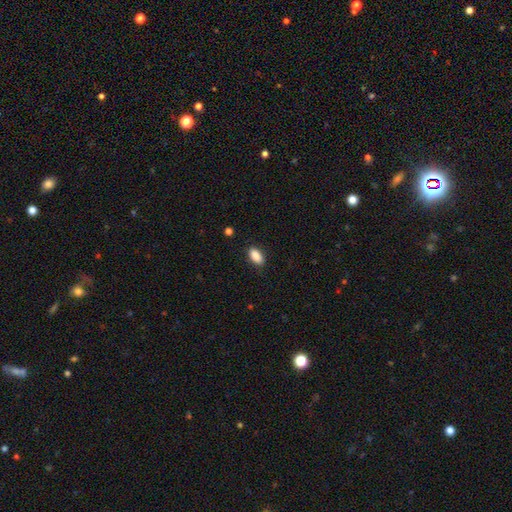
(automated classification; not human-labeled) Smooth or featured? smooth (89%)
How rounded? in between (91%)
Merging? none (86%)